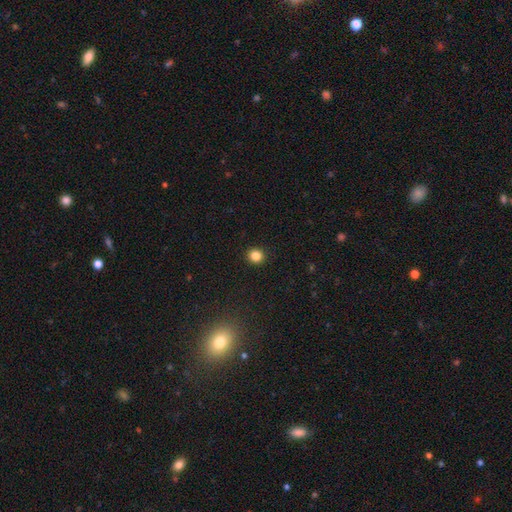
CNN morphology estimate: Smooth or featured: smooth — 84% (star or artifact — 12%)
How rounded: round — 90% (in between — 9%)
Merging: none — 93% (minor disturbance — 5%)